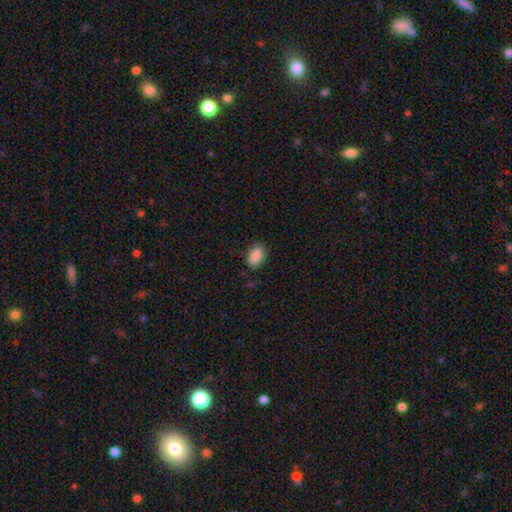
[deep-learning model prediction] This appears to be a smooth galaxy with no disk features (87%) that is in between round and cigar-shaped (91%). Merging: none (81%).